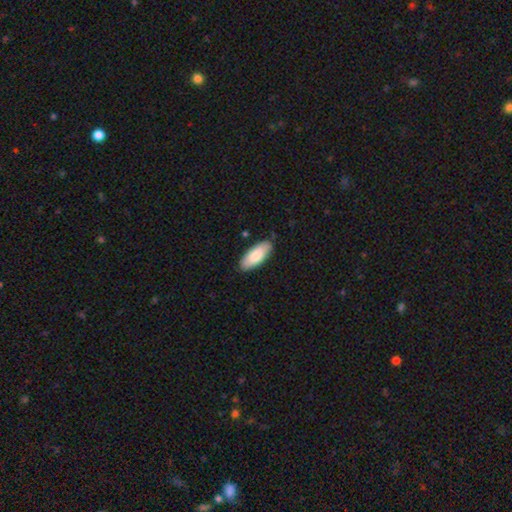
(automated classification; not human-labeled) smooth-or-featured: smooth: 81% | featured or disk: 14% | star or artifact: 5%
  how-rounded: in between: 84% | cigar-shaped: 14% | round: 2%
  merging: none: 85% | minor disturbance: 12% | major disturbance: 2% | merger: 1%